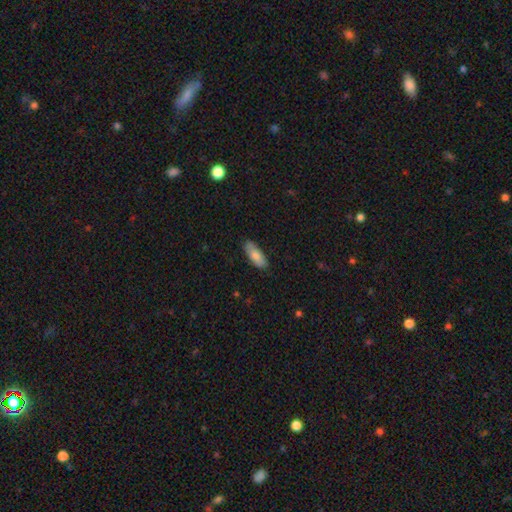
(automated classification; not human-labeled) smooth 80%, featured or disk 14%, star or artifact 6%. Down the decision tree: how rounded — in between (75%); merging — none (83%).